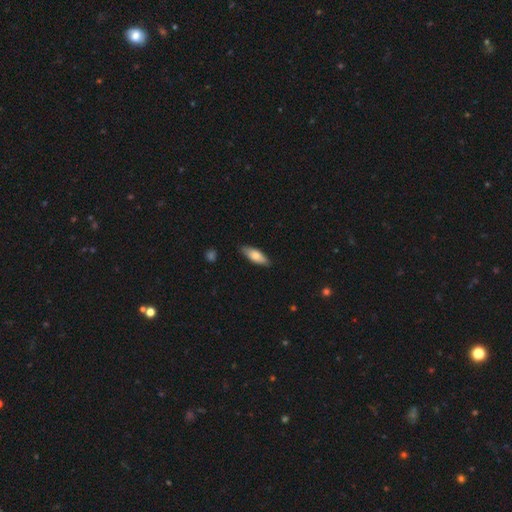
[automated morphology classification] Smooth or featured: smooth — 75% (featured or disk — 19%)
How rounded: in between — 67% (cigar-shaped — 31%)
Merging: none — 84% (minor disturbance — 13%)